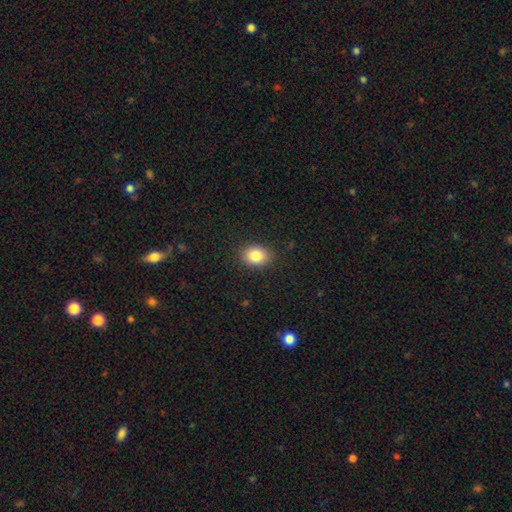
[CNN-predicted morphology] Smooth or featured? Predicted: smooth (p=0.84). How rounded? Predicted: in between (p=0.57). Merging? Predicted: none (p=0.87).